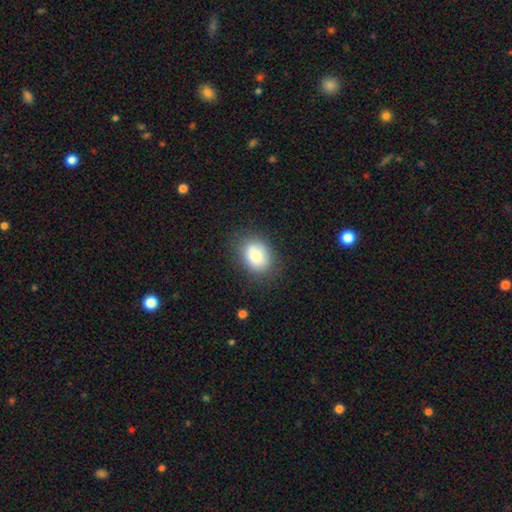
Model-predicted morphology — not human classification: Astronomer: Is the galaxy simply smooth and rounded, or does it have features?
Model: smooth — 82%.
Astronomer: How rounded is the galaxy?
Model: in between — 60% (runner-up: round, 39%).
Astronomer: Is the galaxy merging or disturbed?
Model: none — 81%.